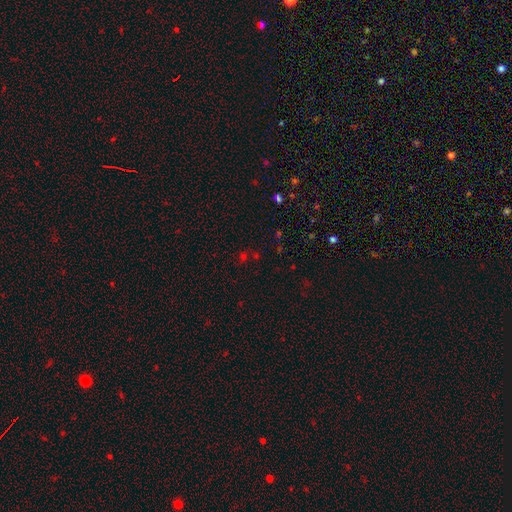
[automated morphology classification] Smooth or featured? Predicted: star or artifact (p=0.54).